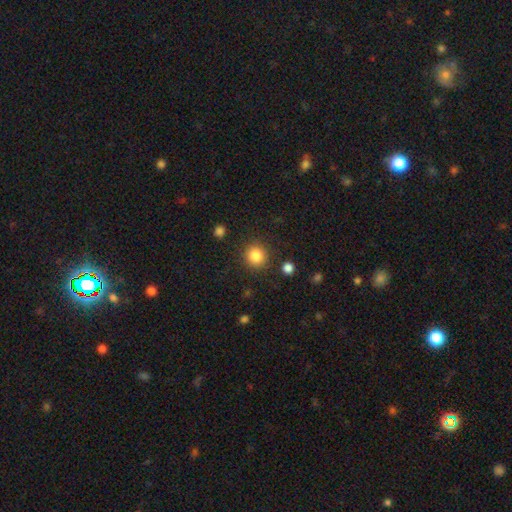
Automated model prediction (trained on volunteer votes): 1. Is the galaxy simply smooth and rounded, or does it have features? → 85% smooth, 10% star or artifact, 5% featured or disk.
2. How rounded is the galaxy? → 91% round, 8% in between, 1% cigar-shaped.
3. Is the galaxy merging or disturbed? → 88% none, 7% minor disturbance, 3% major disturbance, 2% merger.